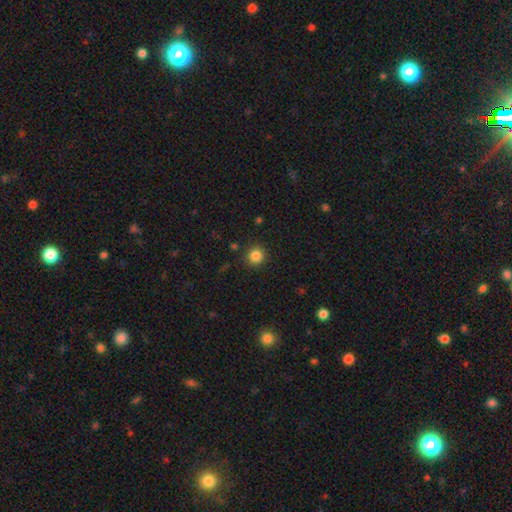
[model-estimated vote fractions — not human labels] Smooth or featured: smooth — 84% (star or artifact — 12%)
How rounded: round — 93% (in between — 6%)
Merging: none — 90% (minor disturbance — 6%)